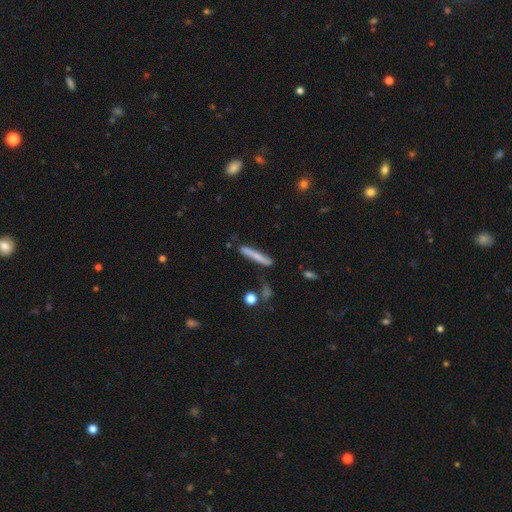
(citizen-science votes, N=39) Smooth or featured: smooth — 69% (featured or disk — 28%)
How rounded: cigar-shaped — 96% (in between — 4%)
Merging: none — 89% (minor disturbance — 8%)